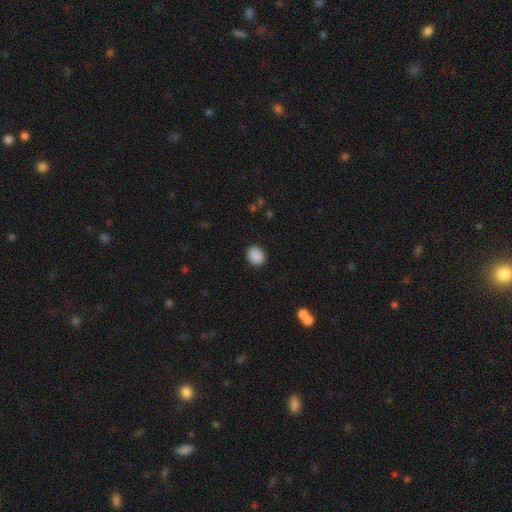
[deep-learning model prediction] This appears to be a smooth galaxy with no disk features (90%) that is in between round and cigar-shaped (51%). Merging: none (89%).